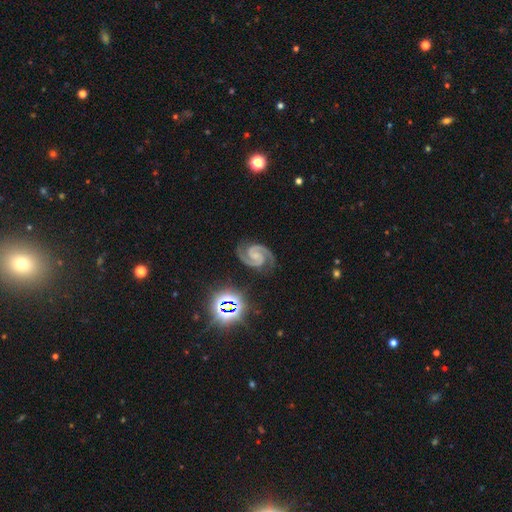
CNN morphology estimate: Smooth or featured? Predicted: featured or disk (p=0.92). Edge-on disk? Predicted: no (p=0.98). Bar? Predicted: no (p=0.50). Spiral arms? Predicted: yes (p=0.99). Spiral winding? Predicted: medium (p=0.55). Spiral arm count? Predicted: 2 (p=0.94). Bulge size? Predicted: small (p=0.46). Merging? Predicted: none (p=0.82).